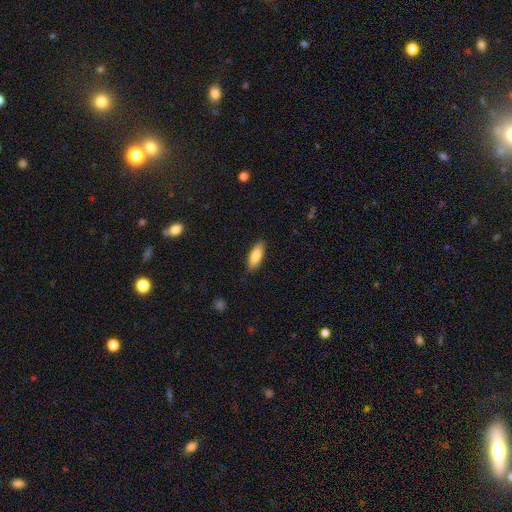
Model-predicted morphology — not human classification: smooth-or-featured: smooth: 80% | featured or disk: 14% | star or artifact: 6%
  how-rounded: in between: 69% | cigar-shaped: 29% | round: 2%
  merging: none: 85% | minor disturbance: 12% | major disturbance: 2% | merger: 1%